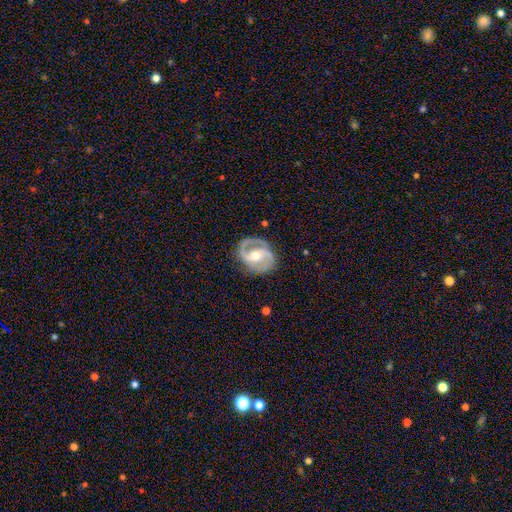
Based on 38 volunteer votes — Volunteers were most divided on "bar": weak: 43%, no: 34%, strong: 23%. More confident: edge-on disk — no (100%); spiral arms — yes (94%); smooth or featured — featured or disk (92%); merging — none (92%); spiral arm count — 2 (88%); bulge size — moderate (80%); spiral winding — medium (58%).